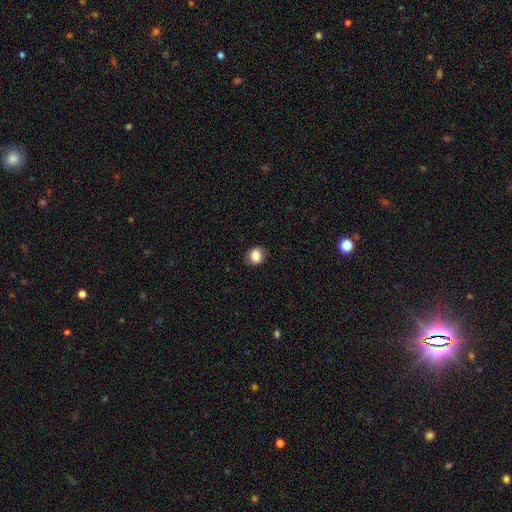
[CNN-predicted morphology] Smooth or featured? smooth (84%)
How rounded? round (67%)
Merging? none (85%)